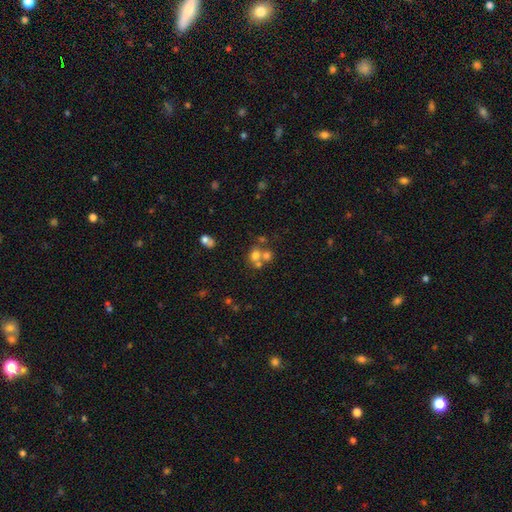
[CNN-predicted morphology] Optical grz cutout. It shows a smooth galaxy with no disk features (63%) that is round (72%). Merging: merger (47%).